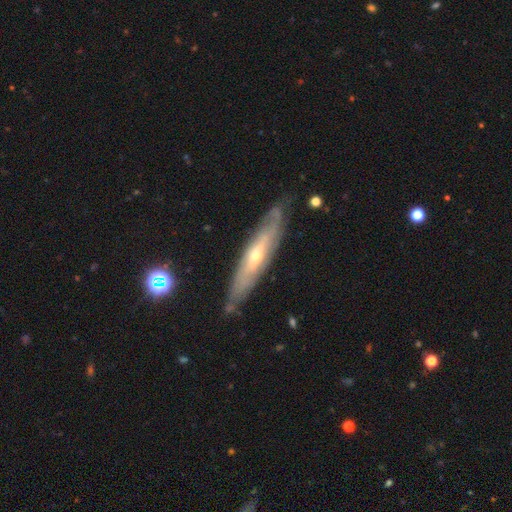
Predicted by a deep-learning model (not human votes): Smooth or featured: featured or disk — 70% (smooth — 24%)
Edge-on disk: yes — 56% (no — 44%)
Merging: none — 79% (minor disturbance — 16%)